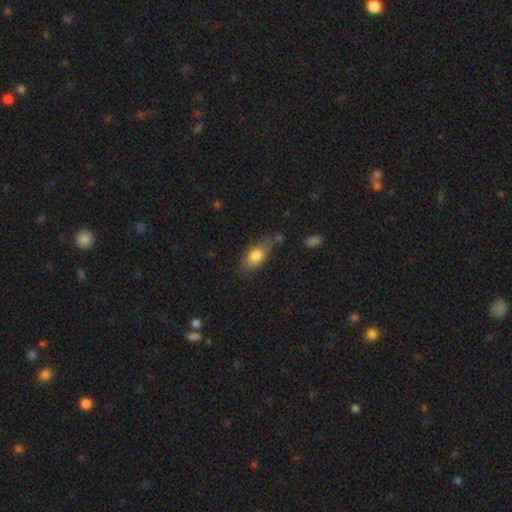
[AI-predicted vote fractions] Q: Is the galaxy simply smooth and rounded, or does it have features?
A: smooth — 76%.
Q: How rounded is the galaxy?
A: in between — 82%.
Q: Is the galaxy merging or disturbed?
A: none — 68%.